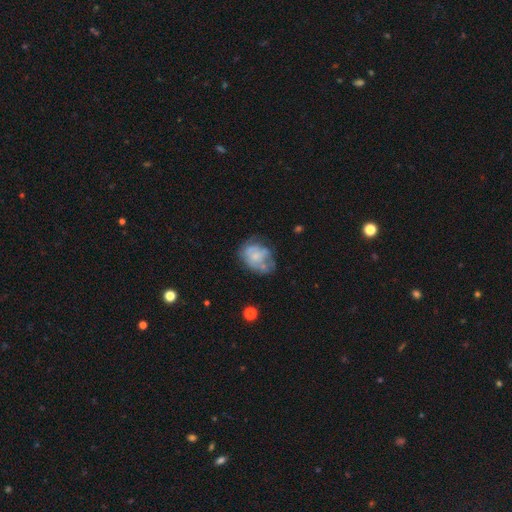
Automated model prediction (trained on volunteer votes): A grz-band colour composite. It shows a featured or disk galaxy (48%). Merging: none (40%).